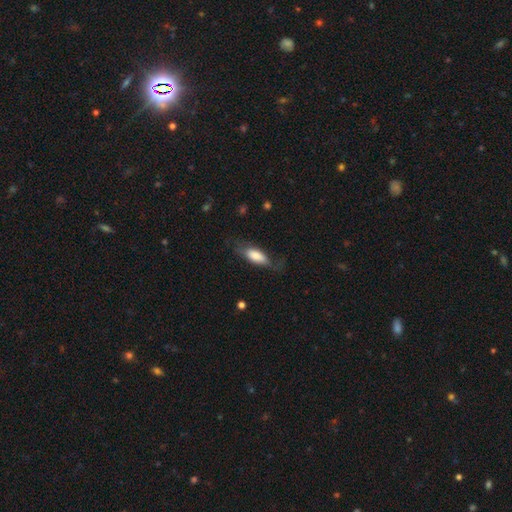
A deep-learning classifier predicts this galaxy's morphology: smooth_or_featured: smooth (p=0.74) [alt: featured or disk p=0.20]
how_rounded: in between (p=0.73) [alt: cigar-shaped p=0.25]
merging: none (p=0.58) [alt: minor disturbance p=0.26]